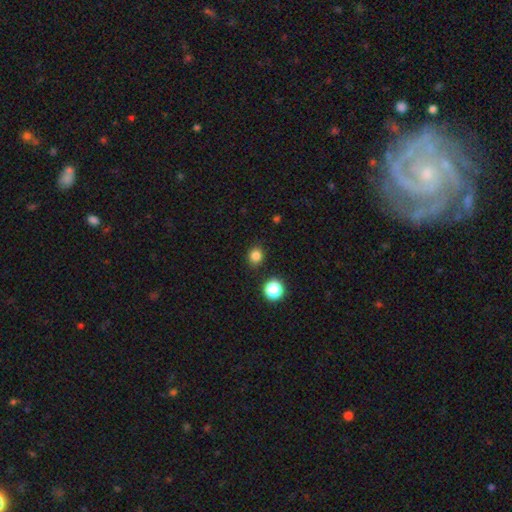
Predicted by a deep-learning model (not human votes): smooth_or_featured: smooth (p=0.82) [alt: star or artifact p=0.14]
how_rounded: round (p=0.79) [alt: in between p=0.20]
merging: none (p=0.87) [alt: minor disturbance p=0.08]